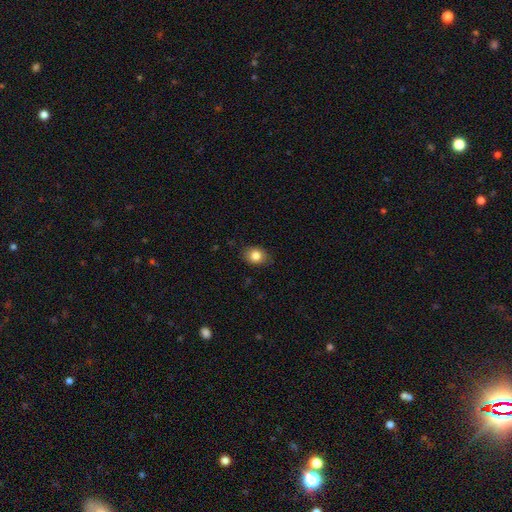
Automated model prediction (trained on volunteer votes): Q: Smooth or featured?
A: smooth (84%); runner-up: star or artifact (9%)
Q: How rounded?
A: in between (55%); runner-up: round (44%)
Q: Merging?
A: none (81%); runner-up: minor disturbance (15%)